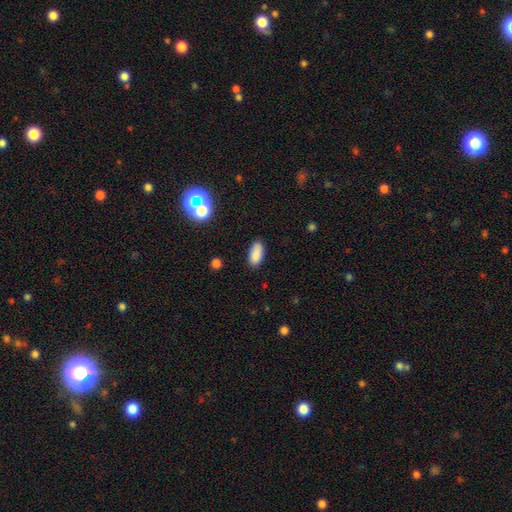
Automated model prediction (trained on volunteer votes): Smooth or featured?
  - smooth: 87% *
  - star or artifact: 9%
  - featured or disk: 4%
How rounded?
  - in between: 88% *
  - cigar-shaped: 10%
  - round: 3%
Merging?
  - none: 85% *
  - minor disturbance: 11%
  - major disturbance: 3%
  - merger: 1%